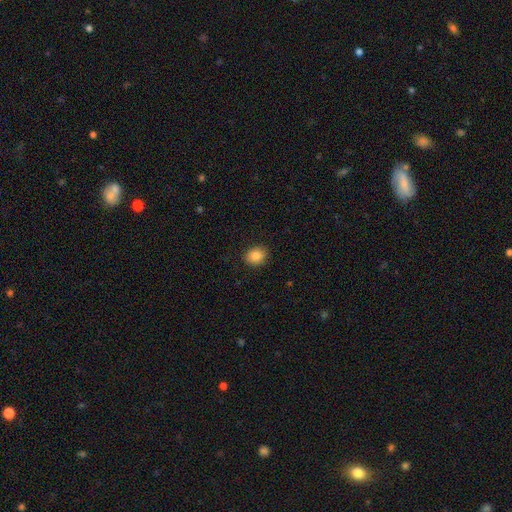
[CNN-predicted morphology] This is clearly a smooth galaxy (86%). How rounded: likely round (63%). Merging: clearly none (89%).